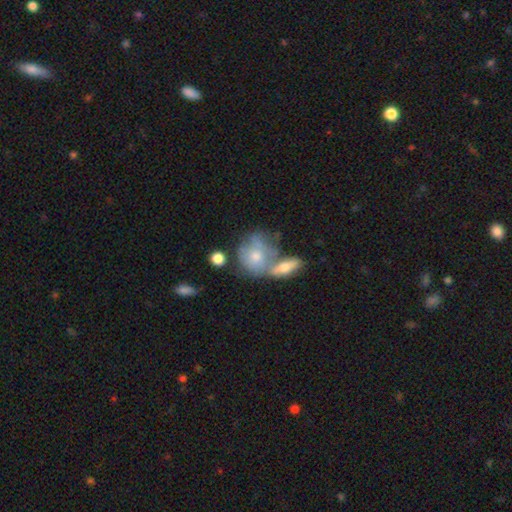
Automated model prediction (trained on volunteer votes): This is possibly a smooth galaxy (58%). How rounded: possibly round (59%). Merging: possibly merger (47%).